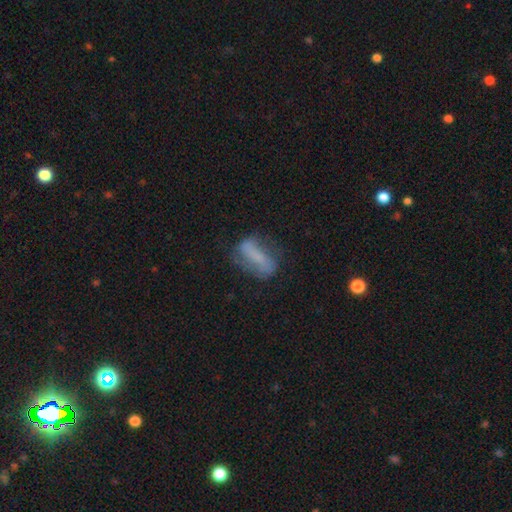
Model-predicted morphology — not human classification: smooth_or_featured: smooth (p=0.46) [alt: featured or disk p=0.43]
merging: none (p=0.54) [alt: minor disturbance p=0.25]